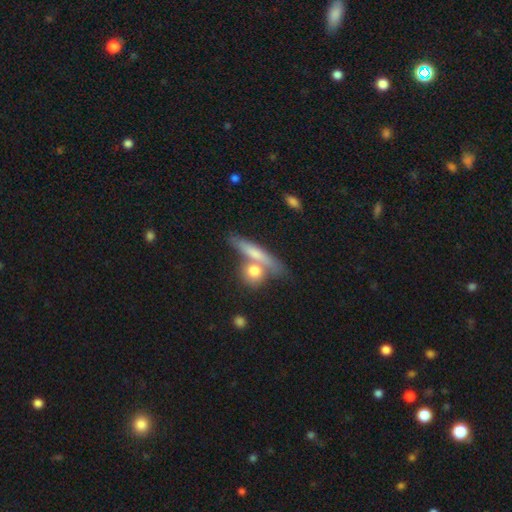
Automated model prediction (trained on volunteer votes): This appears to be a smooth galaxy with no disk features (62%) that is cigar-shaped (55%). Merging: none (50%).